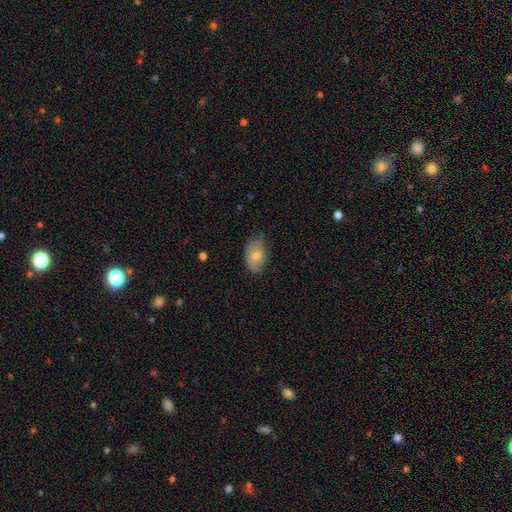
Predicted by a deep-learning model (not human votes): smooth 68%, featured or disk 25%, star or artifact 7%. Down the decision tree: how rounded — in between (87%); merging — none (53%).